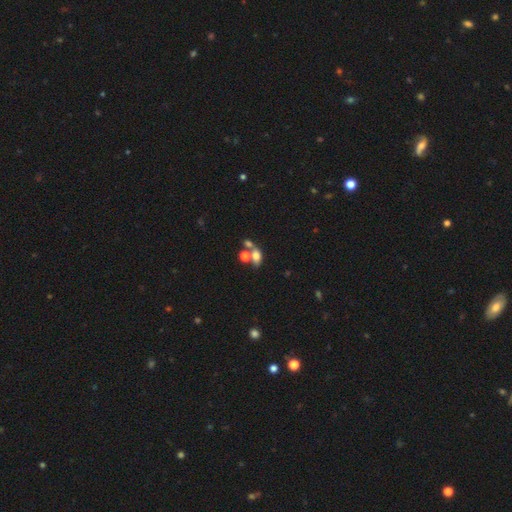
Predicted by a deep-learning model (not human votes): A smooth galaxy with no disk features (70%) that is in between round and cigar-shaped (79%).

Vote fractions:
- Smooth or featured? smooth: 70% / featured or disk: 16% / star or artifact: 13%
- How rounded? in between: 79% / round: 18% / cigar-shaped: 3%
- Merging? merger: 48% / none: 33% / minor disturbance: 11% / major disturbance: 8%